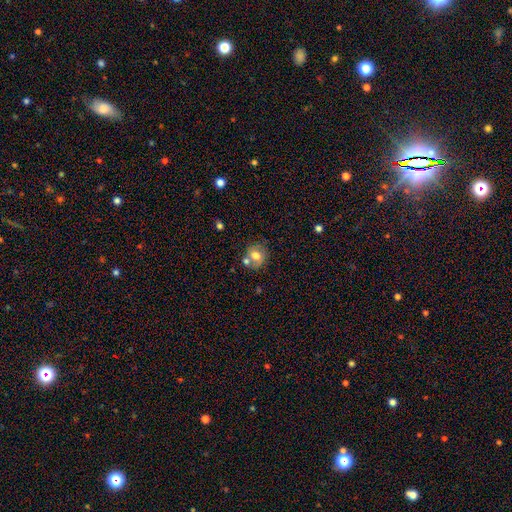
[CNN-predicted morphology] smooth-or-featured: smooth: 67% | featured or disk: 24% | star or artifact: 10%
  how-rounded: round: 71% | in between: 28% | cigar-shaped: 1%
  merging: none: 56% | merger: 22% | minor disturbance: 17% | major disturbance: 5%